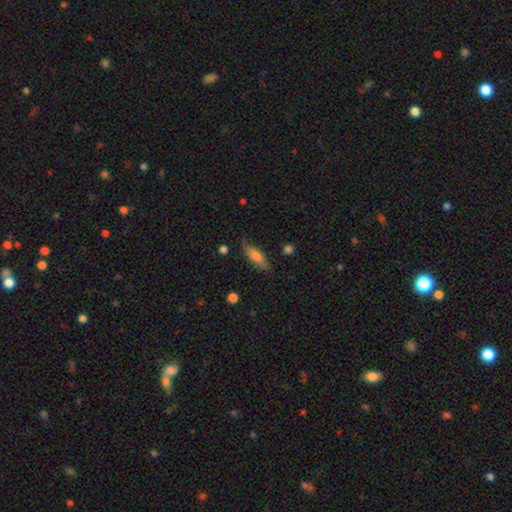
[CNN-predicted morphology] A smooth galaxy with no disk features (75%) that is in between round and cigar-shaped (68%).

Vote fractions:
- Smooth or featured? smooth: 75% / featured or disk: 18% / star or artifact: 7%
- How rounded? in between: 68% / cigar-shaped: 30% / round: 2%
- Merging? none: 73% / minor disturbance: 21% / major disturbance: 4% / merger: 2%